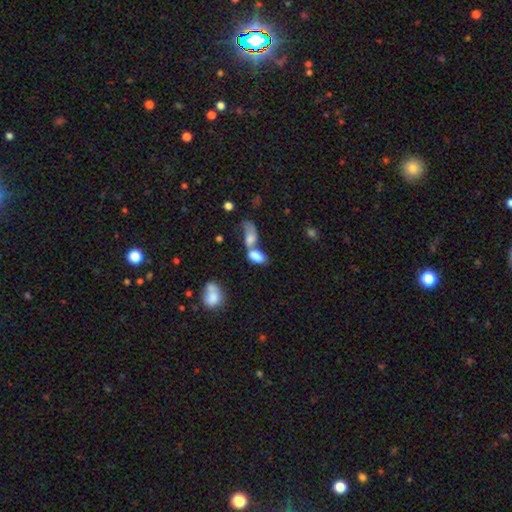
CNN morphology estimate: type=smooth (78%); roundness=in between (89%); merging=merger (64%).